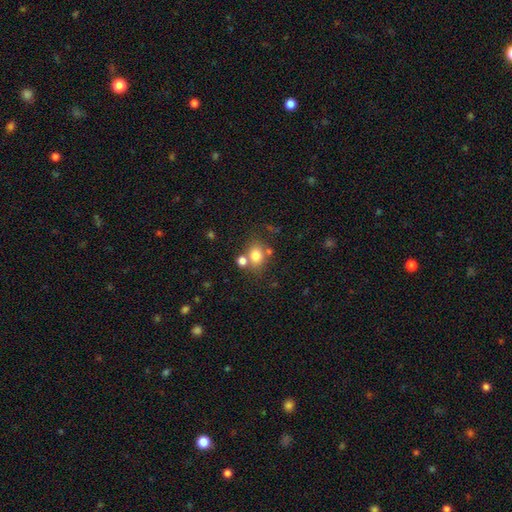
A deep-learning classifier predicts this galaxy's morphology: This appears to be a smooth galaxy with no disk features (77%) that is round (56%). Merging: none (60%).